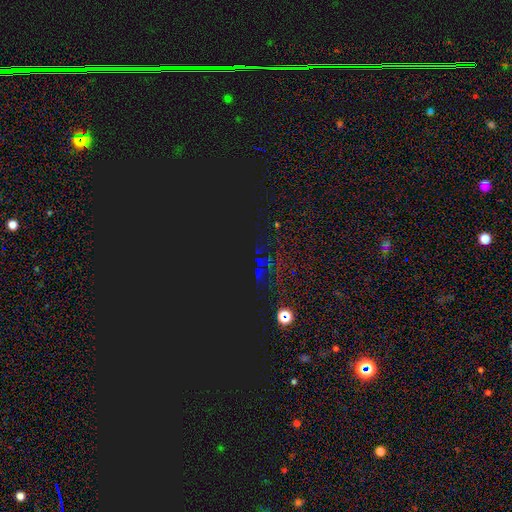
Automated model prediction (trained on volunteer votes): A star or artifact, not a galaxy (83%).